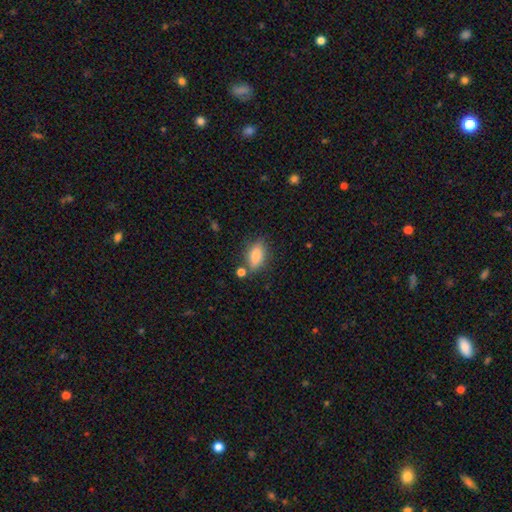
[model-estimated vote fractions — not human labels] The model was most divided on "merging": none: 68%, minor disturbance: 18%, merger: 10%, major disturbance: 5%. More confident: how rounded — in between (81%); smooth or featured — smooth (79%).